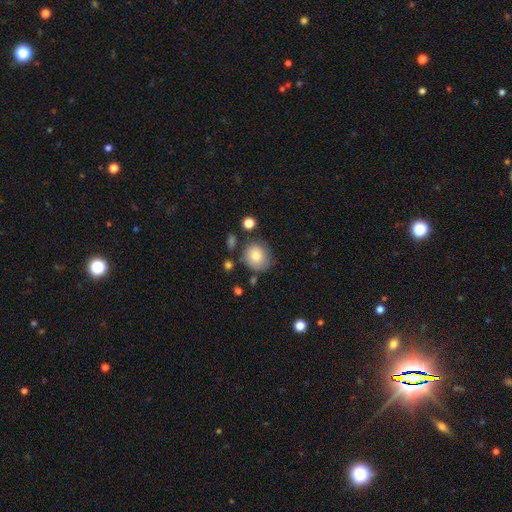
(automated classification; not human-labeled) Morphology: type=smooth (76%); roundness=round (79%); merging=none (69%).